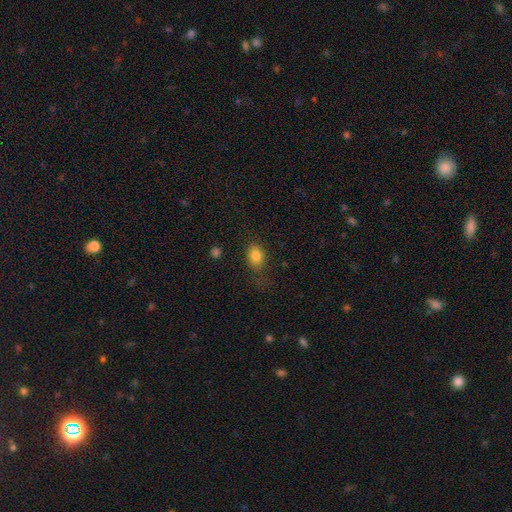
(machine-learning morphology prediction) smooth_or_featured: smooth (p=0.83) [alt: star or artifact p=0.10]
how_rounded: in between (p=0.69) [alt: round p=0.29]
merging: none (p=0.69) [alt: minor disturbance p=0.20]